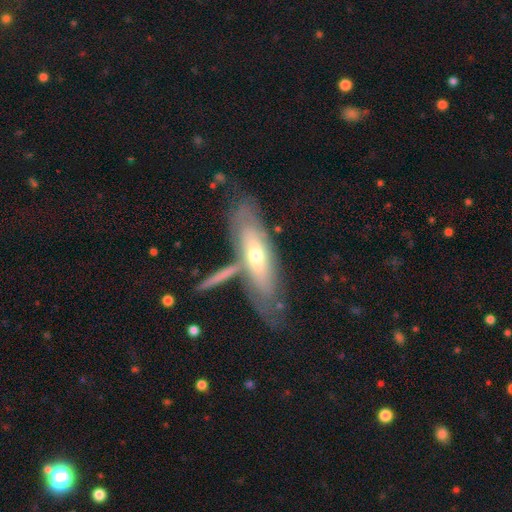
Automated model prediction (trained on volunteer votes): smooth_or_featured: featured or disk (p=0.54) [alt: smooth p=0.39]
disk_edge_on: no (p=0.58) [alt: yes p=0.42]
merging: none (p=0.55) [alt: minor disturbance p=0.18]